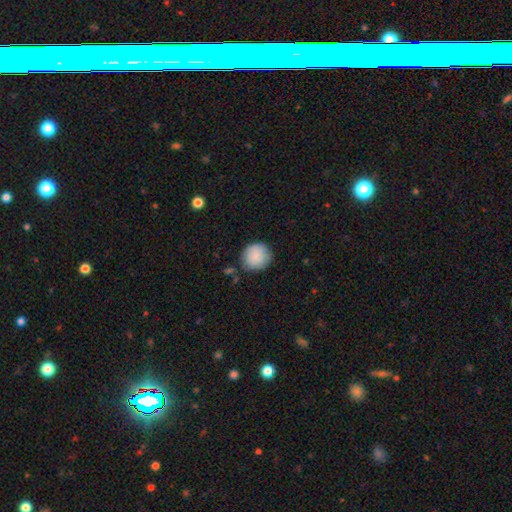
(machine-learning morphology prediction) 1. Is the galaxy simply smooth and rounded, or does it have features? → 87% smooth, 7% featured or disk, 7% star or artifact.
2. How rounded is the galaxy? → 88% round, 12% in between, 1% cigar-shaped.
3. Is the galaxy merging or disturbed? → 79% none, 15% minor disturbance, 3% major disturbance, 3% merger.